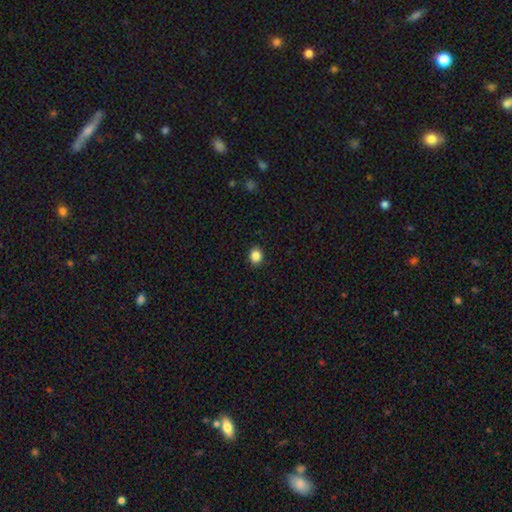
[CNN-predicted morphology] smooth-or-featured: smooth: 86% | star or artifact: 10% | featured or disk: 4%
  how-rounded: round: 66% | in between: 33% | cigar-shaped: 1%
  merging: none: 91% | minor disturbance: 6% | major disturbance: 2% | merger: 1%